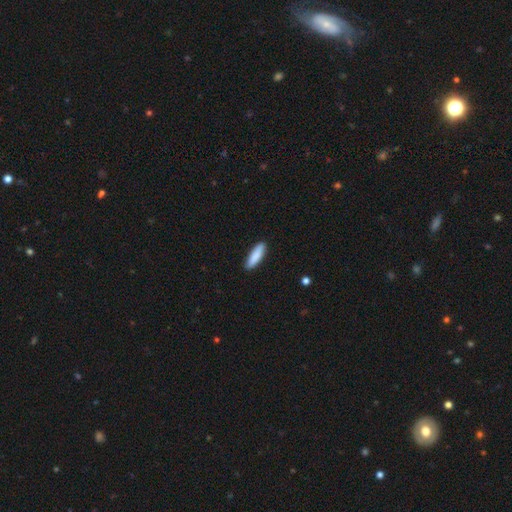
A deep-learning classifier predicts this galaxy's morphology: Smooth or featured? Predicted: smooth (p=0.88). How rounded? Predicted: cigar-shaped (p=0.65). Merging? Predicted: none (p=0.90).